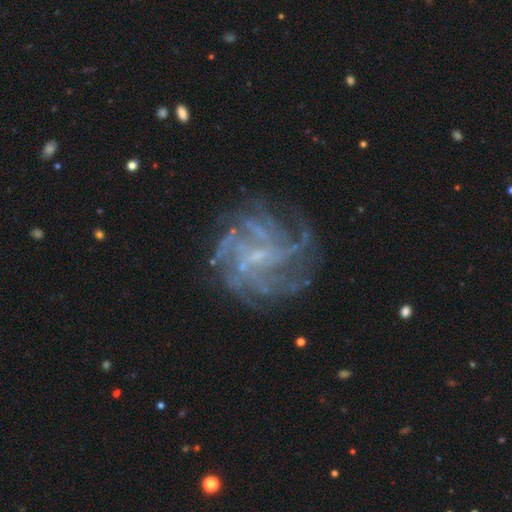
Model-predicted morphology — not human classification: The model was most divided on "spiral arm count": can't tell: 27%, 4: 25%, more than 4: 24%, 3: 10%, 2: 8%, 1: 8%. Remaining: edge-on disk — no (98%); spiral arms — yes (92%); smooth or featured — featured or disk (82%); merging — none (71%); bulge size — small (63%); bar — weak (49%); spiral winding — tight (44%).